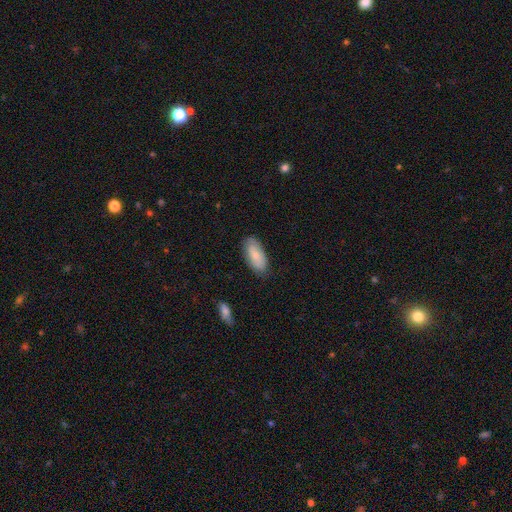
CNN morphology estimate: A smooth galaxy with no disk features (78%) that is in between round and cigar-shaped (90%). Merging: none (81%).